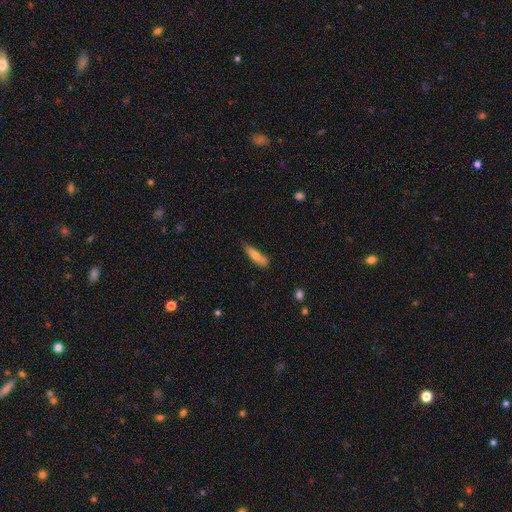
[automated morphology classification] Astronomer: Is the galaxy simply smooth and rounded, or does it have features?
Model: smooth — 69%.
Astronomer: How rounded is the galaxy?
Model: cigar-shaped — 66%.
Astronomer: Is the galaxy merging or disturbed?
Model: none — 61%.